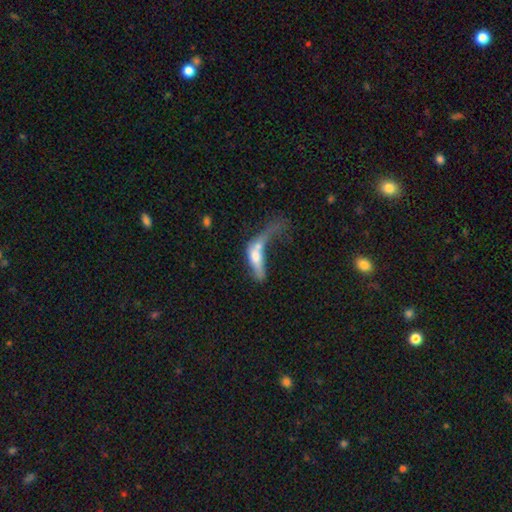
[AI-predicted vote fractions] Smooth or featured?
  - smooth: 47% *
  - featured or disk: 44%
  - star or artifact: 9%
Merging?
  - major disturbance: 41% *
  - merger: 38%
  - none: 12%
  - minor disturbance: 9%